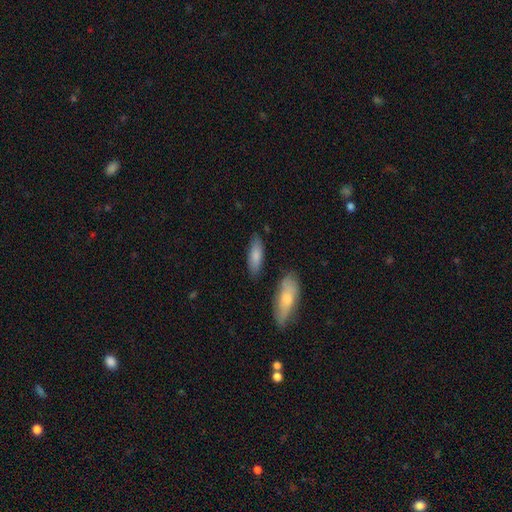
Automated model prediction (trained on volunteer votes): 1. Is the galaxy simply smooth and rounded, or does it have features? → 81% smooth, 13% featured or disk, 6% star or artifact.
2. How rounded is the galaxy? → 61% in between, 37% cigar-shaped, 2% round.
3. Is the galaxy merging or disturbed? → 79% none, 13% minor disturbance, 5% merger, 3% major disturbance.